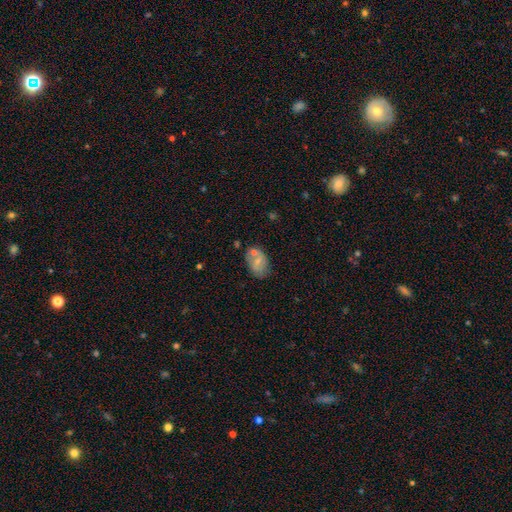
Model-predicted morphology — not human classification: smooth 56%, featured or disk 35%, star or artifact 10%. Down the decision tree: how rounded — in between (83%); merging — none (57%).